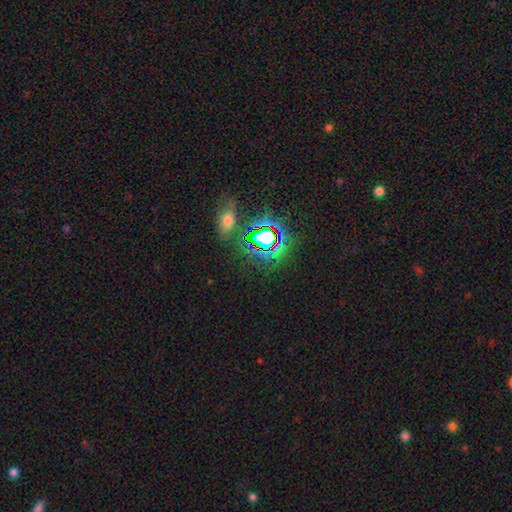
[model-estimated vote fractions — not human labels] Smooth or featured: star or artifact — 59% (smooth — 25%)